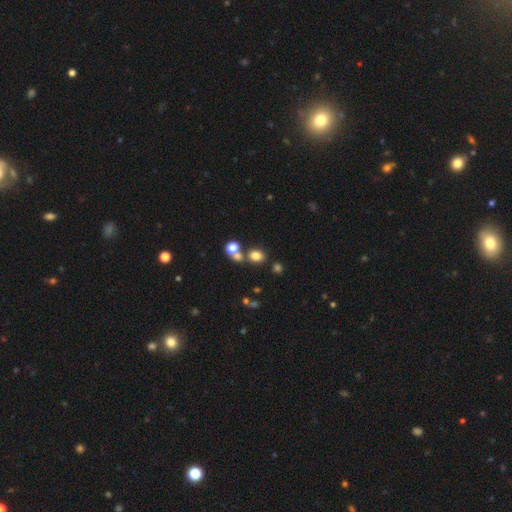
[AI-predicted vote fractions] Smooth or featured? smooth (77%)
How rounded? round (59%)
Merging? none (60%)